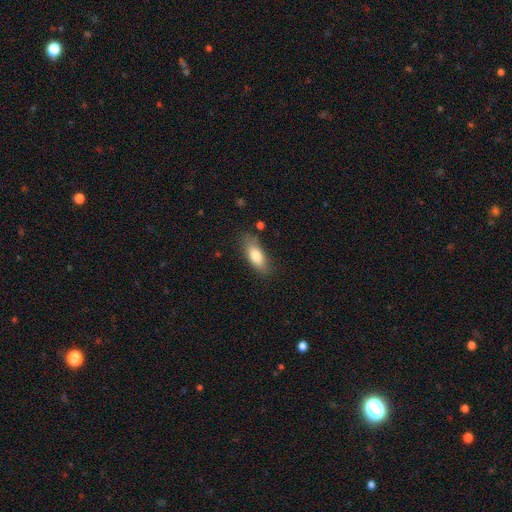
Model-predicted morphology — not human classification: Smooth or featured? Predicted: smooth (p=0.80). How rounded? Predicted: in between (p=0.79). Merging? Predicted: none (p=0.76).